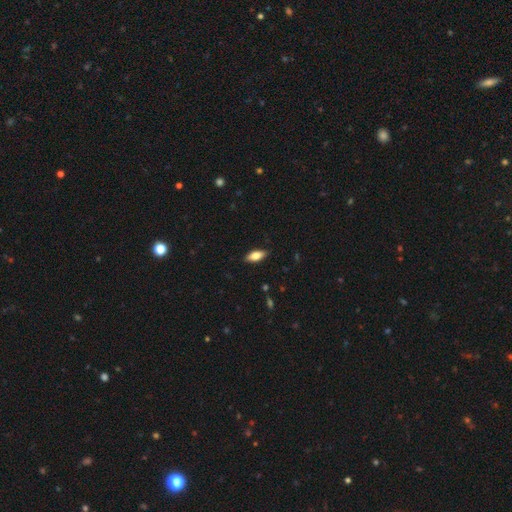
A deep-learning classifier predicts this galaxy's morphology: Smooth or featured? Predicted: smooth (p=0.77). How rounded? Predicted: in between (p=0.82). Merging? Predicted: none (p=0.87).